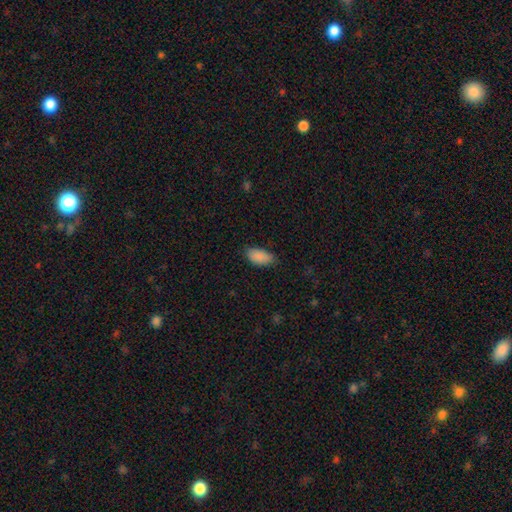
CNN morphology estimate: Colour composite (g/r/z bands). It shows a smooth galaxy with no disk features (89%) that is in between round and cigar-shaped (93%). Merging: none (80%).